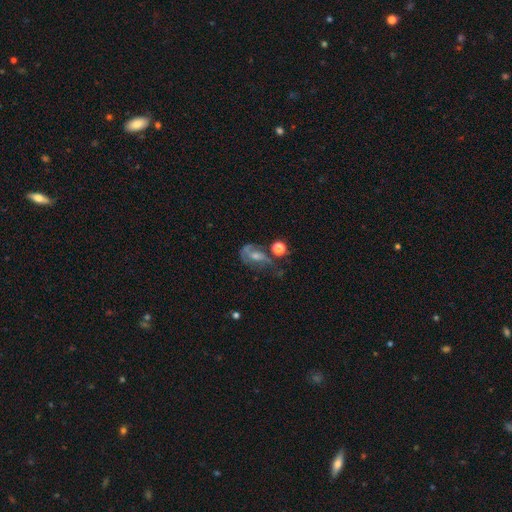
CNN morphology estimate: Smooth or featured: featured or disk — 55% (smooth — 32%)
Edge-on disk: no — 95% (yes — 5%)
Bar: no — 57% (weak — 32%)
Spiral arms: yes — 69% (no — 31%)
Bulge size: moderate — 42% (small — 41%)
Merging: major disturbance — 34% (none — 32%)